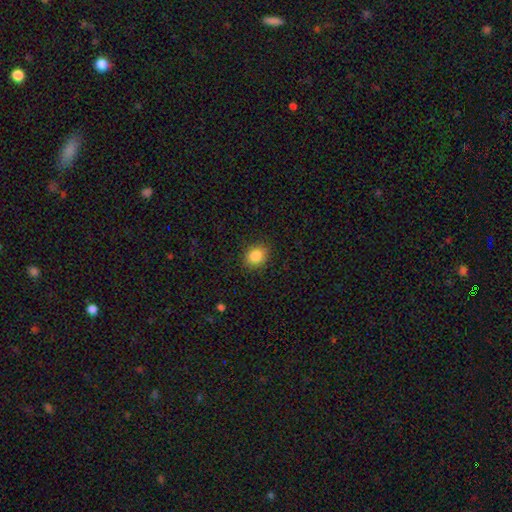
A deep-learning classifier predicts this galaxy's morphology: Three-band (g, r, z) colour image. It shows a smooth galaxy with no disk features (86%) that is round (59%). Merging: none (87%).